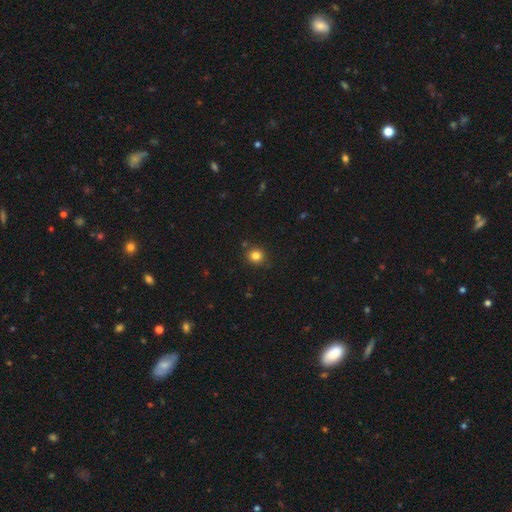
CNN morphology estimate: type=smooth (82%); roundness=round (87%); merging=none (86%).